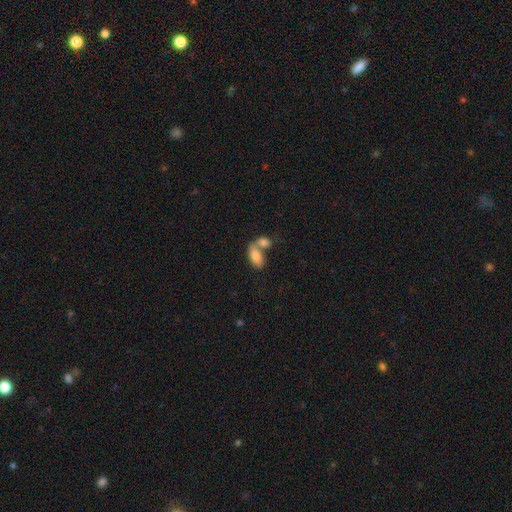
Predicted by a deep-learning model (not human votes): Smooth or featured: smooth — 81% (featured or disk — 12%)
How rounded: in between — 91% (cigar-shaped — 5%)
Merging: merger — 62% (none — 25%)